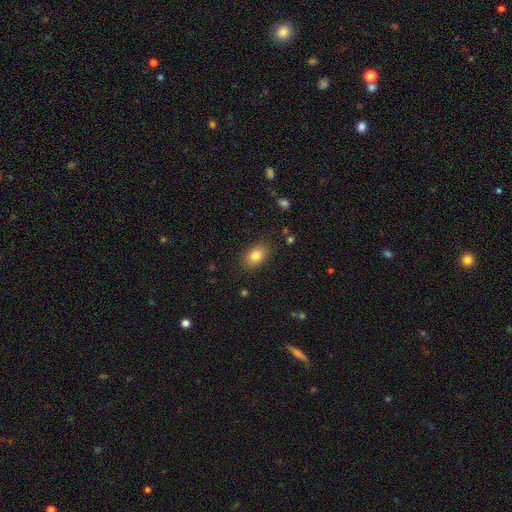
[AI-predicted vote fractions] Smooth or featured?
  - smooth: 83% *
  - star or artifact: 9%
  - featured or disk: 8%
How rounded?
  - in between: 81% *
  - round: 17%
  - cigar-shaped: 1%
Merging?
  - none: 85% *
  - minor disturbance: 10%
  - major disturbance: 3%
  - merger: 1%